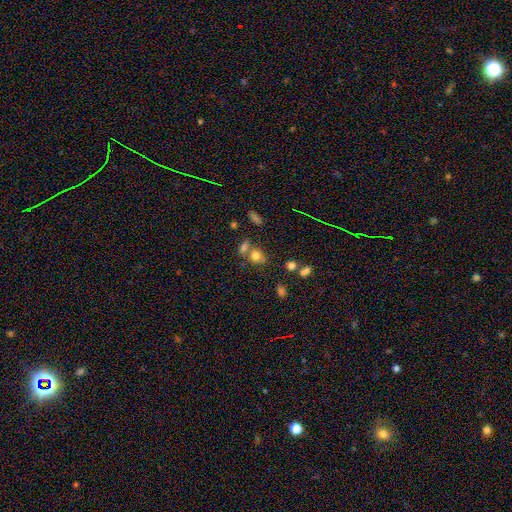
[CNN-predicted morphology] smooth-or-featured: smooth: 75% | star or artifact: 15% | featured or disk: 10%
  how-rounded: round: 65% | in between: 33% | cigar-shaped: 2%
  merging: none: 50% | merger: 32% | minor disturbance: 12% | major disturbance: 5%